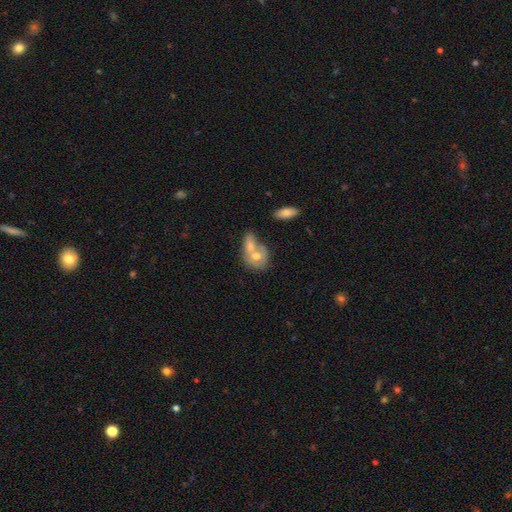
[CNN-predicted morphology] smooth-or-featured: smooth: 55% | featured or disk: 37% | star or artifact: 8%
  how-rounded: in between: 62% | round: 35% | cigar-shaped: 3%
  merging: merger: 62% | none: 23% | minor disturbance: 10% | major disturbance: 6%